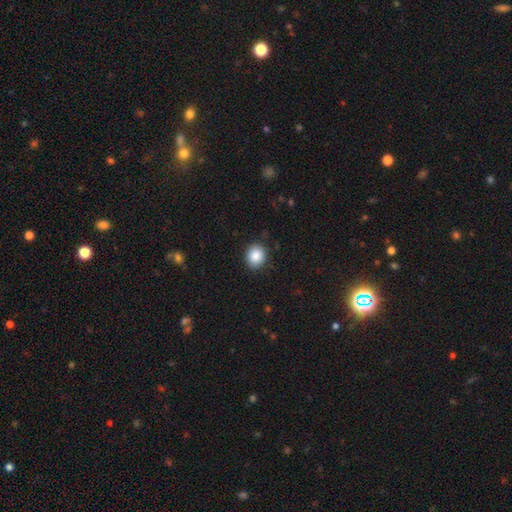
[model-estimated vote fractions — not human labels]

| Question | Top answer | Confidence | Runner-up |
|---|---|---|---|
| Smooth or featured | smooth | 87% | star or artifact (9%) |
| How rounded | round | 76% | in between (23%) |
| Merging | none | 88% | minor disturbance (9%) |